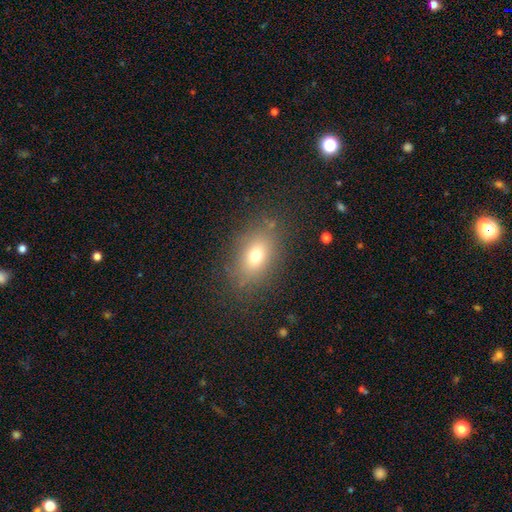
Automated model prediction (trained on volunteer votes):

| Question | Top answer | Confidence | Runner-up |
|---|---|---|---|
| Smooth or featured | smooth | 71% | featured or disk (15%) |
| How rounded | in between | 76% | round (22%) |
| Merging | none | 81% | minor disturbance (12%) |